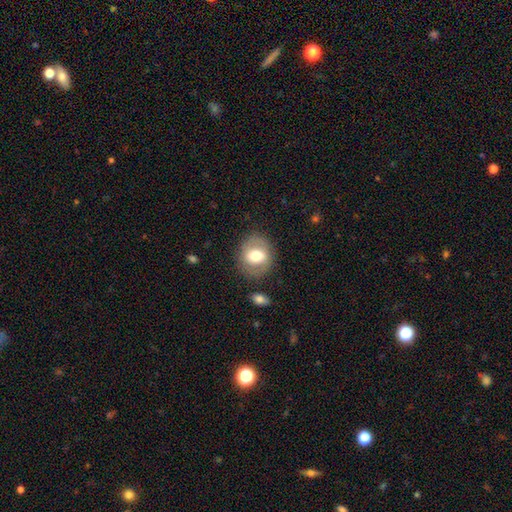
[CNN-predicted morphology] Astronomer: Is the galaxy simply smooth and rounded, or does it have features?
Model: smooth — 58% (runner-up: featured or disk, 35%).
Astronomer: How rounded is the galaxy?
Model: round — 58% (runner-up: in between, 41%).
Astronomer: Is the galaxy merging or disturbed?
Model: none — 79%.